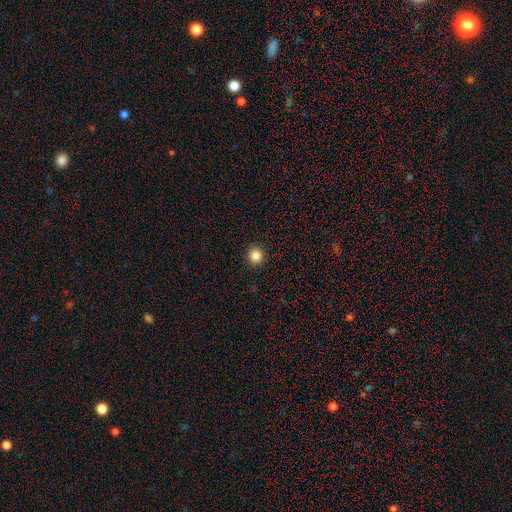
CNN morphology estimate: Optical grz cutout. It shows a smooth galaxy with no disk features (86%) that is round (94%). Merging: none (93%).